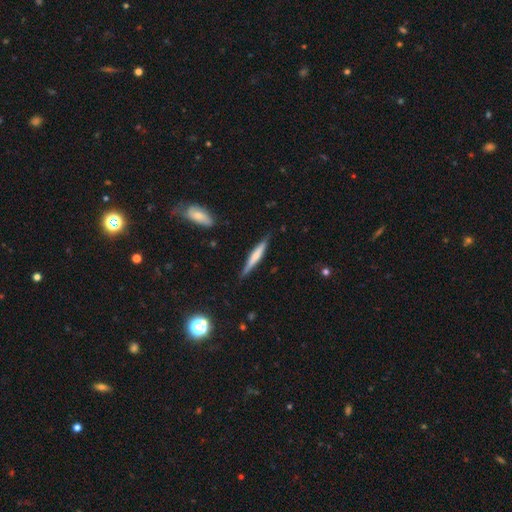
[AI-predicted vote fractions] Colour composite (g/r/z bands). It shows a smooth galaxy with no disk features (50%). Merging: none (84%).